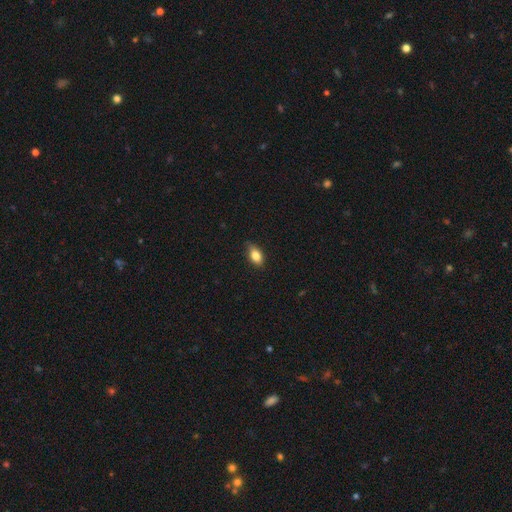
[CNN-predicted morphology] The model was most divided on "merging": none: 77%, minor disturbance: 20%, major disturbance: 3%, merger: 1%. More confident: how rounded — in between (86%); smooth or featured — smooth (81%).